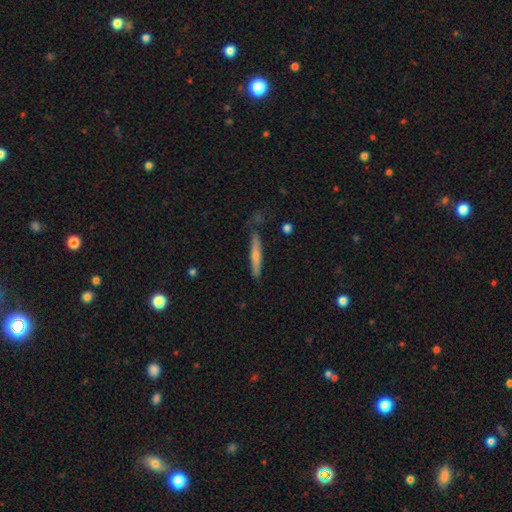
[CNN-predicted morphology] smooth_or_featured: featured or disk (p=0.57) [alt: smooth p=0.34]
disk_edge_on: yes (p=0.94) [alt: no p=0.06]
edge_on_bulge: rounded (p=0.72) [alt: none p=0.23]
merging: none (p=0.80) [alt: minor disturbance p=0.14]